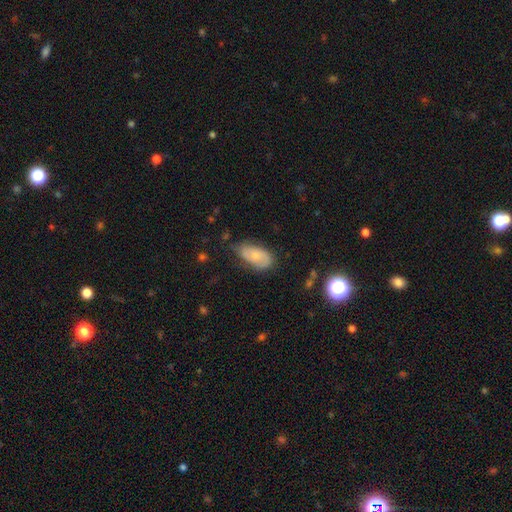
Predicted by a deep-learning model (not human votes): This appears to be a smooth galaxy with no disk features (58%) that is in between round and cigar-shaped (91%). Merging: none (58%).